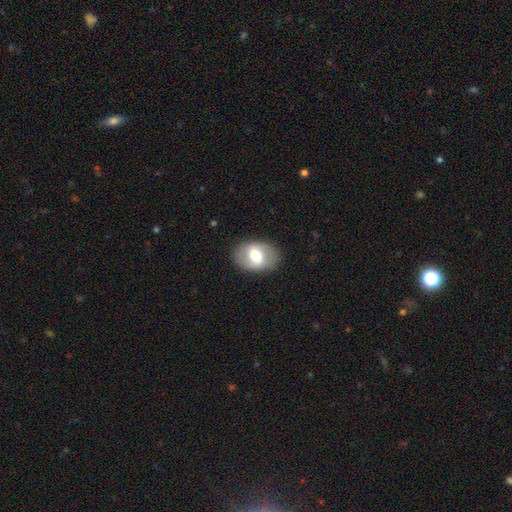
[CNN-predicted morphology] smooth-or-featured: smooth: 53% | featured or disk: 40% | star or artifact: 6%
  how-rounded: in between: 79% | round: 20% | cigar-shaped: 1%
  merging: none: 85% | minor disturbance: 10% | major disturbance: 4% | merger: 1%